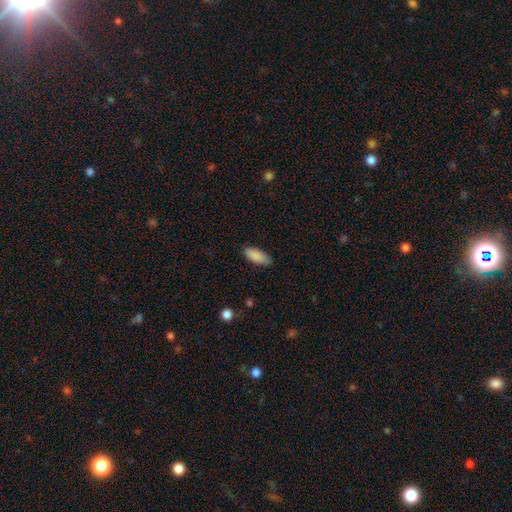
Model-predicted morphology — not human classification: Q: Smooth or featured?
A: smooth (88%); runner-up: star or artifact (6%)
Q: How rounded?
A: in between (80%); runner-up: cigar-shaped (18%)
Q: Merging?
A: none (82%); runner-up: minor disturbance (14%)